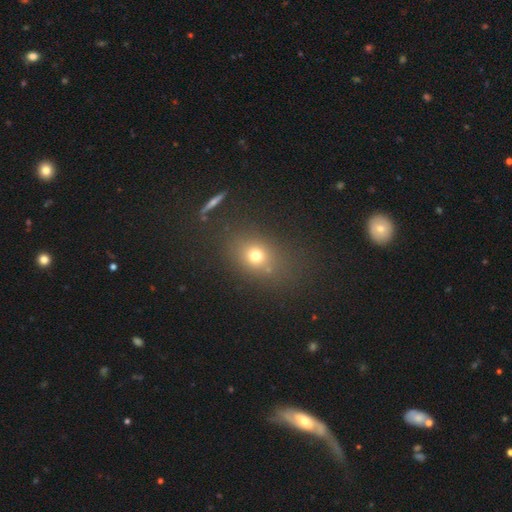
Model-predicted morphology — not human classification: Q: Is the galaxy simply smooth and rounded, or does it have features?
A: smooth — 69%.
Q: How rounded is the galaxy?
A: round — 54%.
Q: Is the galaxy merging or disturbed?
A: none — 75%.